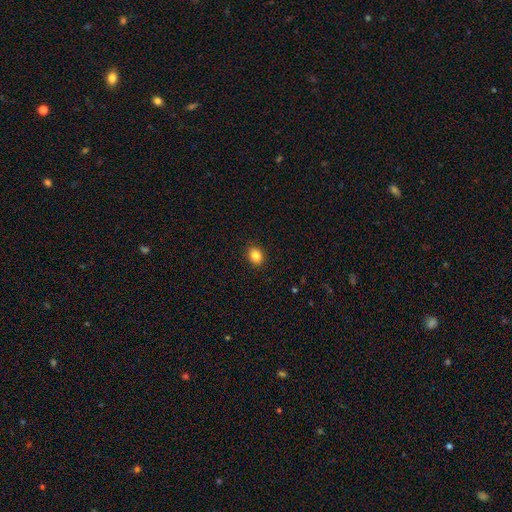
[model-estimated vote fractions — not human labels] smooth 85%, star or artifact 10%, featured or disk 5%. Down the decision tree: how rounded — in between (57%); merging — none (90%).